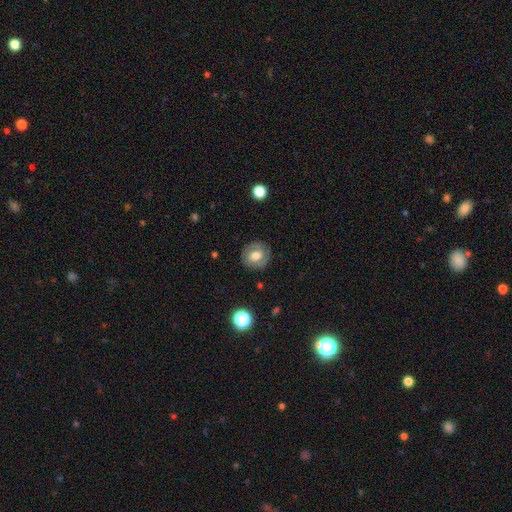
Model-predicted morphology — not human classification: Smooth or featured? Predicted: smooth (p=0.51). How rounded? Predicted: round (p=0.81). Merging? Predicted: none (p=0.83).